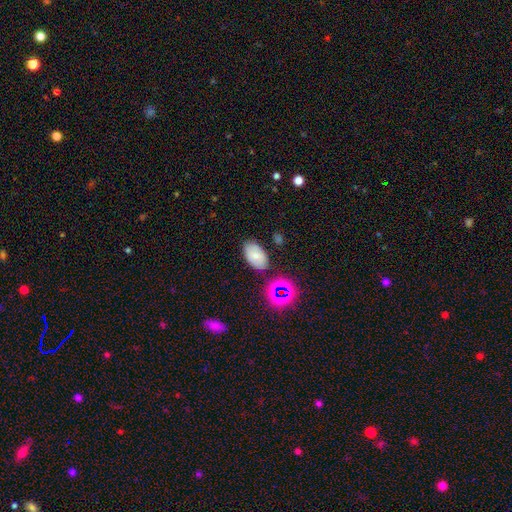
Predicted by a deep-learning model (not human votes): This is likely a smooth galaxy (67%). How rounded: clearly in between (91%). Merging: likely none (75%).